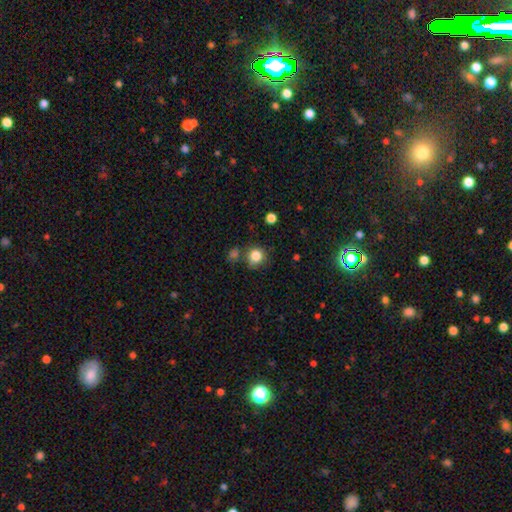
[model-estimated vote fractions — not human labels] Overall: smooth (83%). How rounded: round (88%). Merging: none (72%).